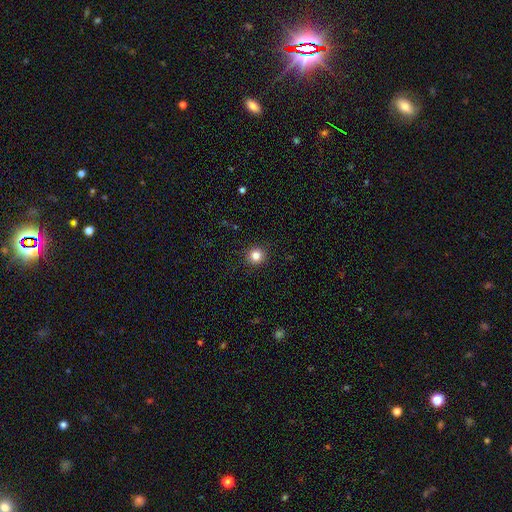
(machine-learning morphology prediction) Overall: smooth (83%). How rounded: round (94%). Merging: none (92%).